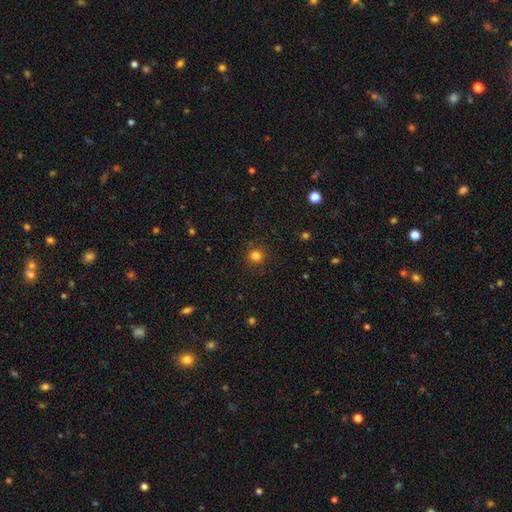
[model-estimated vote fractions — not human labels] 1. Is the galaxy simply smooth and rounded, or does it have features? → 82% smooth, 14% star or artifact, 4% featured or disk.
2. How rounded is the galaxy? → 91% round, 8% in between, 1% cigar-shaped.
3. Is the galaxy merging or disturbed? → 89% none, 7% minor disturbance, 3% major disturbance, 1% merger.